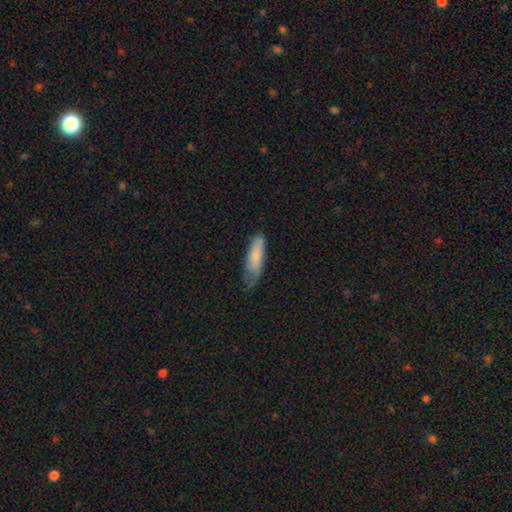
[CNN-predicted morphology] A smooth galaxy with no disk features (76%) that is cigar-shaped (58%). Merging: none (49%).